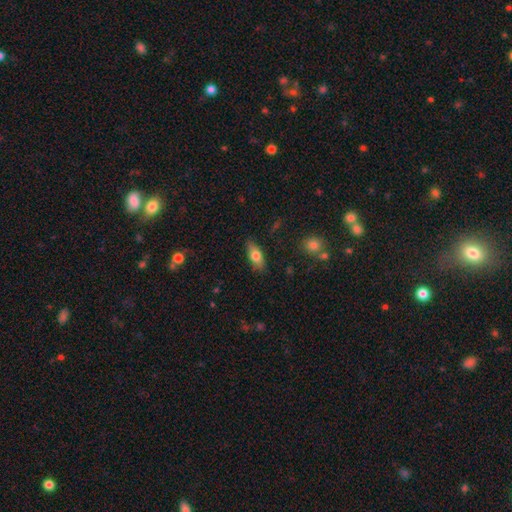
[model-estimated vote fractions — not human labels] The model was most divided on "smooth or featured": smooth: 73%, featured or disk: 20%, star or artifact: 7%. More confident: merging — none (85%); how rounded — in between (79%).